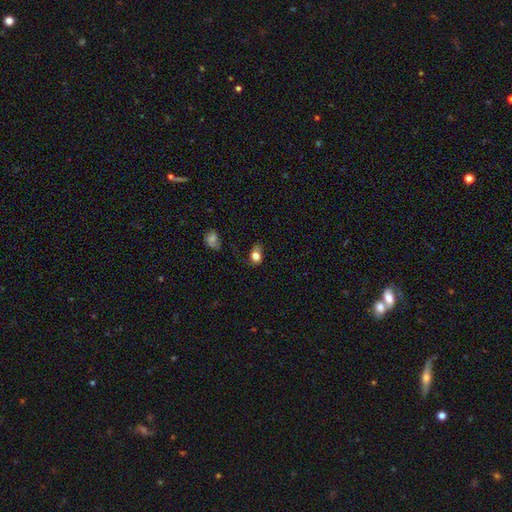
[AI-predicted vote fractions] Morphology: type=smooth (78%); roundness=in between (64%); merging=none (45%).